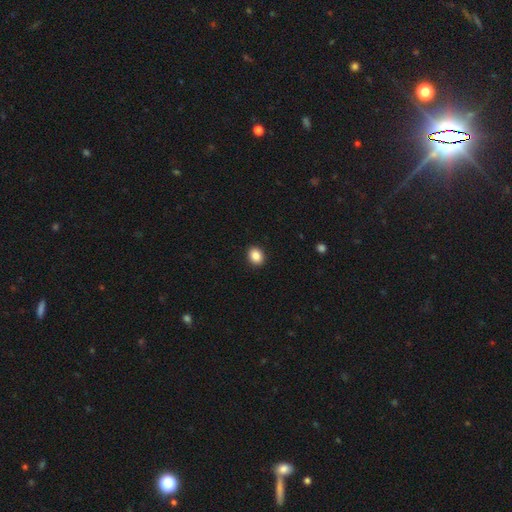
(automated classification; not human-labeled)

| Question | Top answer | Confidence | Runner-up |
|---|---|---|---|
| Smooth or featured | smooth | 88% | star or artifact (9%) |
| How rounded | in between | 51% | round (48%) |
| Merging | none | 92% | minor disturbance (5%) |